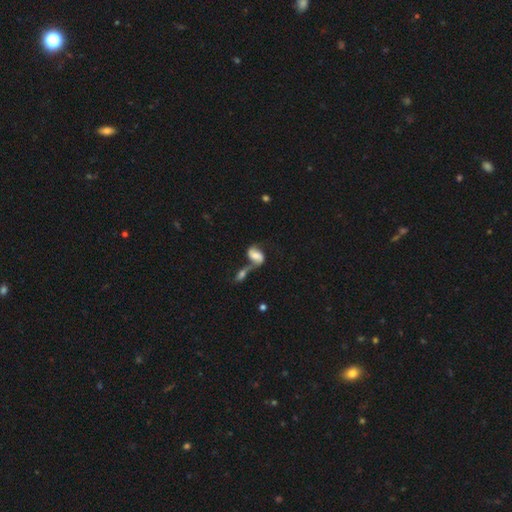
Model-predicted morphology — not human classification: Smooth or featured? featured or disk (54%)
Edge-on disk? no (95%)
Bar? no (47%)
Spiral arms? yes (85%)
Bulge size? moderate (29%)
Merging? merger (49%)